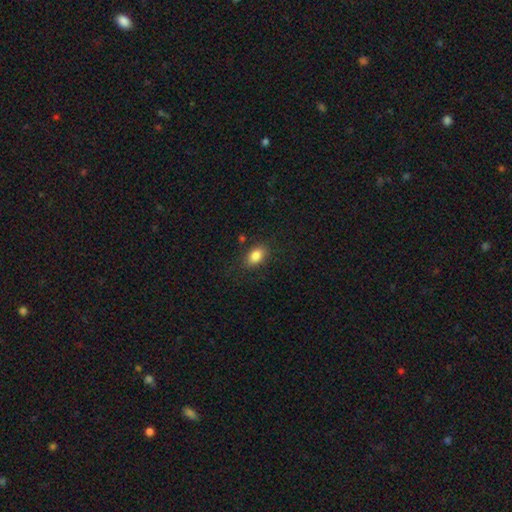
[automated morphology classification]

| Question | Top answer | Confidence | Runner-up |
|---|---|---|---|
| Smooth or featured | smooth | 85% | star or artifact (8%) |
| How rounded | in between | 86% | round (12%) |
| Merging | none | 83% | minor disturbance (12%) |